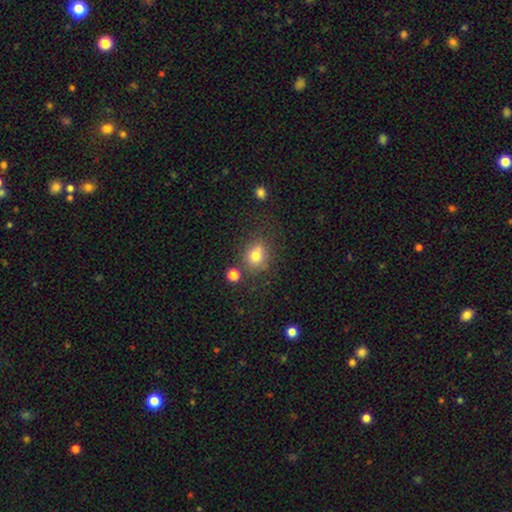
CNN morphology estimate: This is likely a smooth galaxy (74%). How rounded: likely round (67%). Merging: likely none (66%).